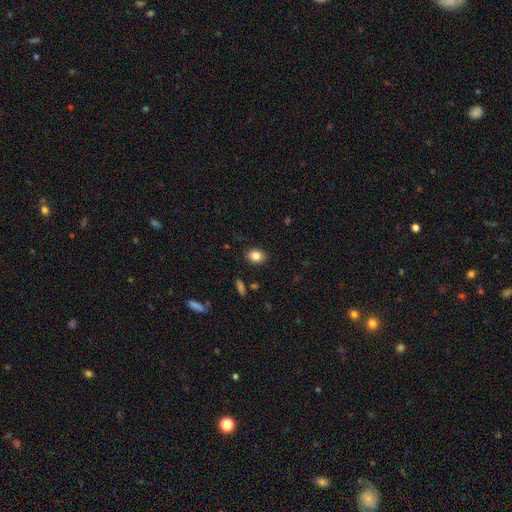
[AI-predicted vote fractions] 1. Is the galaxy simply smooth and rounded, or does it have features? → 85% smooth, 9% star or artifact, 6% featured or disk.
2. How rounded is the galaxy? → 60% in between, 39% round, 1% cigar-shaped.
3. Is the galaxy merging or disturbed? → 88% none, 8% minor disturbance, 2% major disturbance, 1% merger.